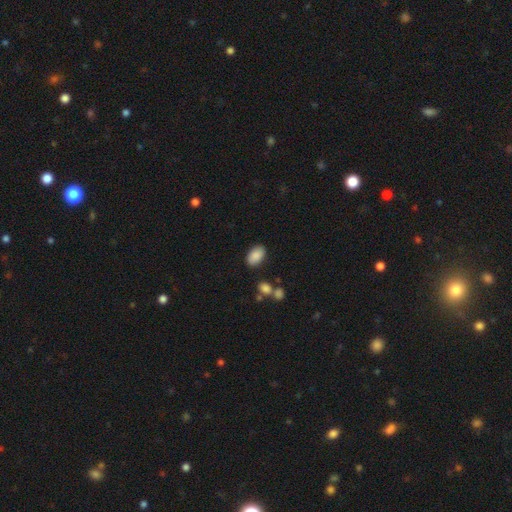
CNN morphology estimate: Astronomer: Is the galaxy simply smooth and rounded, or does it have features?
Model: smooth — 88%.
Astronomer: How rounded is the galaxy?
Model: in between — 91%.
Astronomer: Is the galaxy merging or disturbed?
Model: none — 82%.